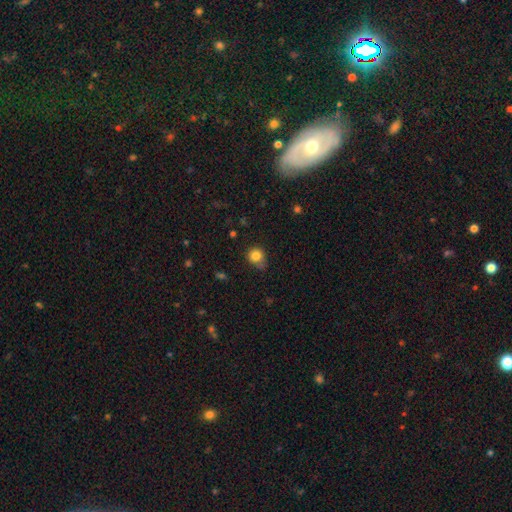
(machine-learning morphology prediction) Smooth or featured? smooth (83%)
How rounded? round (79%)
Merging? none (58%)